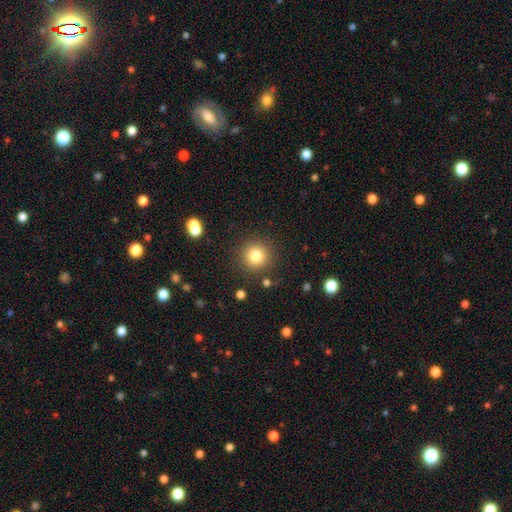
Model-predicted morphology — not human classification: Q: Smooth or featured?
A: smooth (81%); runner-up: star or artifact (12%)
Q: How rounded?
A: round (95%); runner-up: in between (4%)
Q: Merging?
A: none (88%); runner-up: minor disturbance (7%)